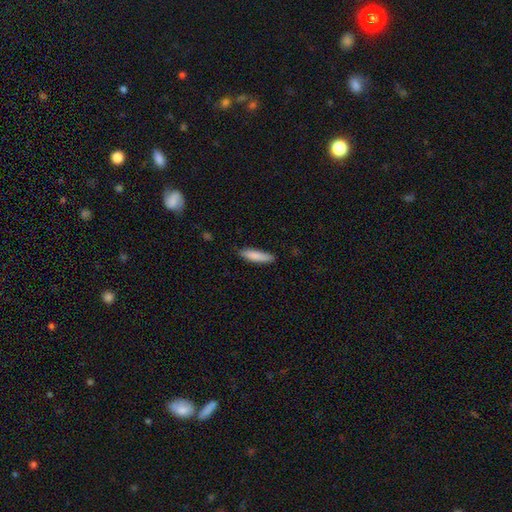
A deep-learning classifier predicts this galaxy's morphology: A smooth galaxy with no disk features (86%) that is cigar-shaped (74%). Merging: none (83%).